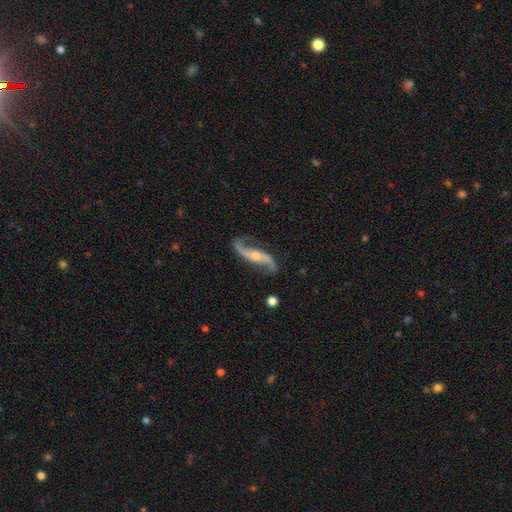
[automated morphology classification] This appears to be a featured or disk galaxy (90%) with no bar (45%), 2 (93%) loose (79%) spiral arms (97%) and a moderate central bulge (52%). Merging: none (76%).